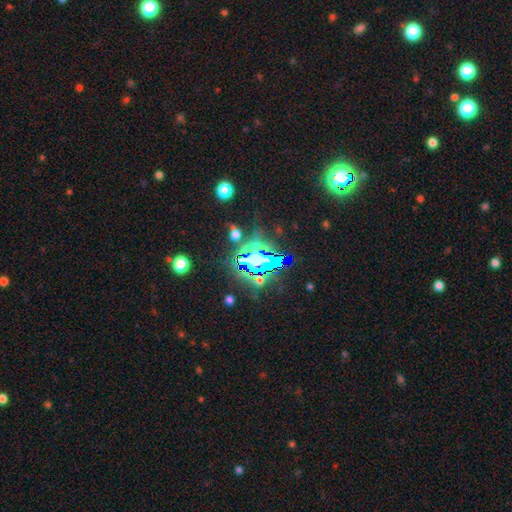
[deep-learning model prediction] Overall: star or artifact (65%).